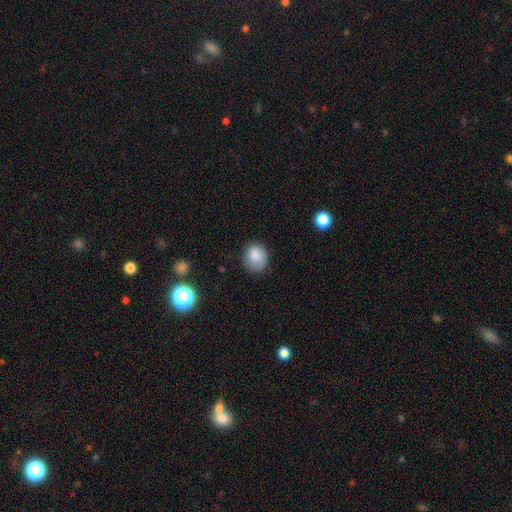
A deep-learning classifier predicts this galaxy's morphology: Smooth or featured? smooth (86%)
How rounded? round (64%)
Merging? none (77%)